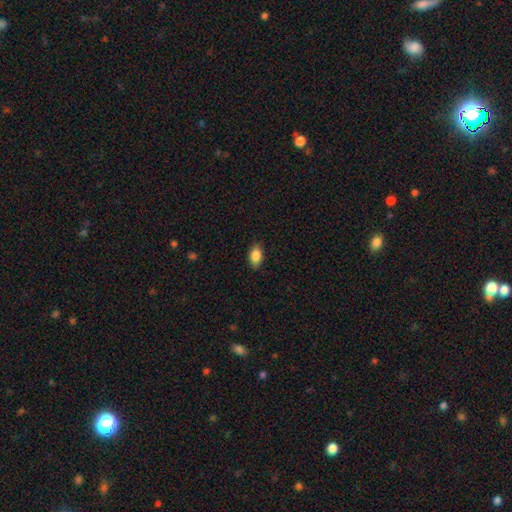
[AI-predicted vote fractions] This appears to be a smooth galaxy with no disk features (87%) that is in between round and cigar-shaped (88%). Merging: none (86%).